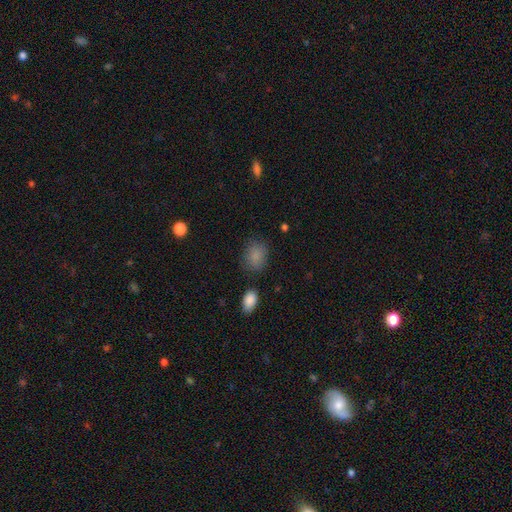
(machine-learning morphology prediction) smooth_or_featured: smooth (p=0.85) [alt: star or artifact p=0.10]
how_rounded: in between (p=0.54) [alt: round p=0.45]
merging: none (p=0.76) [alt: minor disturbance p=0.16]